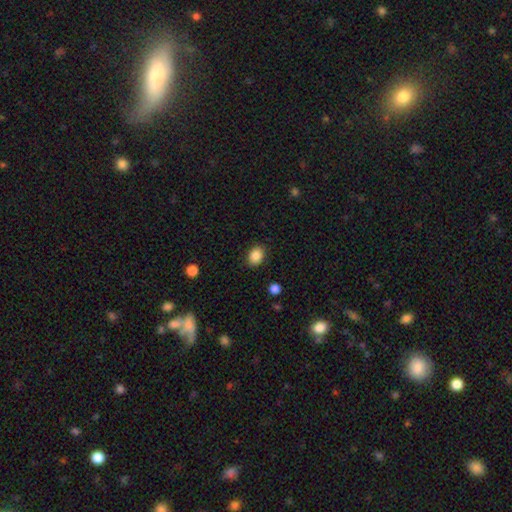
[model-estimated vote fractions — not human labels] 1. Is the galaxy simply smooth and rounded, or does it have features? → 87% smooth, 9% star or artifact, 4% featured or disk.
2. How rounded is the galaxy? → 63% in between, 36% round, 1% cigar-shaped.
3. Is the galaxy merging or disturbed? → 87% none, 9% minor disturbance, 2% major disturbance, 1% merger.